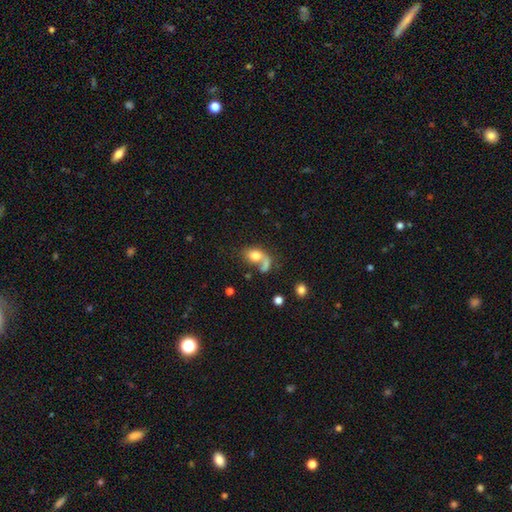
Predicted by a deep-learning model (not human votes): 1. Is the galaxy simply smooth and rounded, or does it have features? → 70% smooth, 20% featured or disk, 10% star or artifact.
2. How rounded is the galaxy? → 69% in between, 28% round, 3% cigar-shaped.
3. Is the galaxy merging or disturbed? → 39% merger, 29% none, 20% major disturbance, 12% minor disturbance.